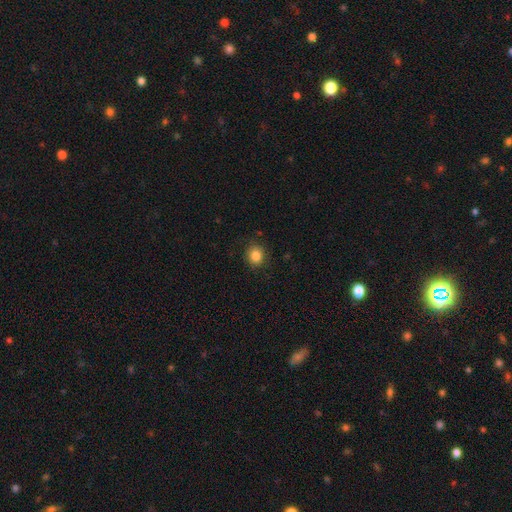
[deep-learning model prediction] smooth-or-featured: smooth: 85% | star or artifact: 11% | featured or disk: 5%
  how-rounded: round: 79% | in between: 20% | cigar-shaped: 1%
  merging: none: 88% | minor disturbance: 9% | major disturbance: 2% | merger: 1%